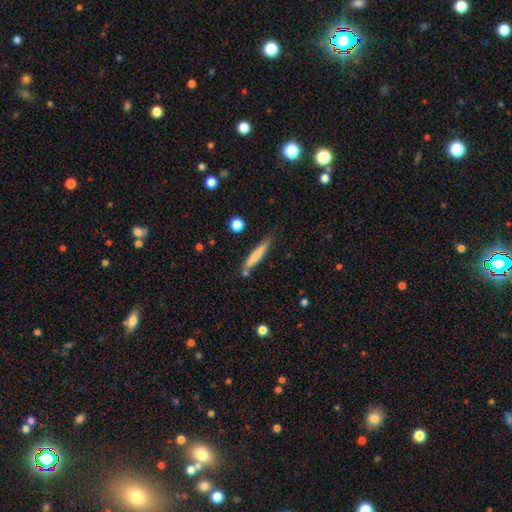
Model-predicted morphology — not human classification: A smooth galaxy with no disk features (68%) that is cigar-shaped (92%).

Vote fractions:
- Smooth or featured? smooth: 68% / featured or disk: 26% / star or artifact: 6%
- How rounded? cigar-shaped: 92% / in between: 7% / round: 1%
- Merging? none: 74% / minor disturbance: 17% / merger: 6% / major disturbance: 3%